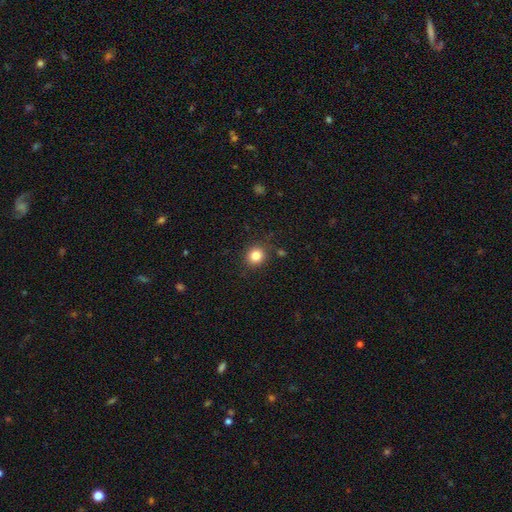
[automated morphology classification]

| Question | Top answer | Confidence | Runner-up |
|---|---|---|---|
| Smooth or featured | smooth | 83% | star or artifact (11%) |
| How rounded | round | 82% | in between (17%) |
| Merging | none | 87% | minor disturbance (9%) |